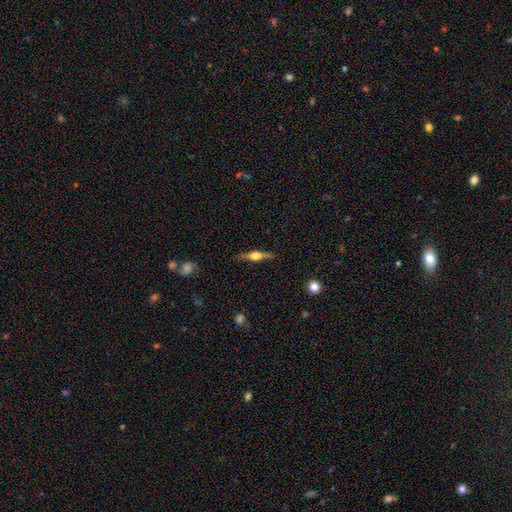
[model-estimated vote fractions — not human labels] Smooth or featured?
  - featured or disk: 73% *
  - smooth: 21%
  - star or artifact: 6%
Edge-on disk?
  - yes: 97% *
  - no: 3%
Edge-on bulge?
  - rounded: 92% *
  - boxy: 6%
  - none: 2%
Merging?
  - none: 86% *
  - minor disturbance: 10%
  - major disturbance: 2%
  - merger: 1%